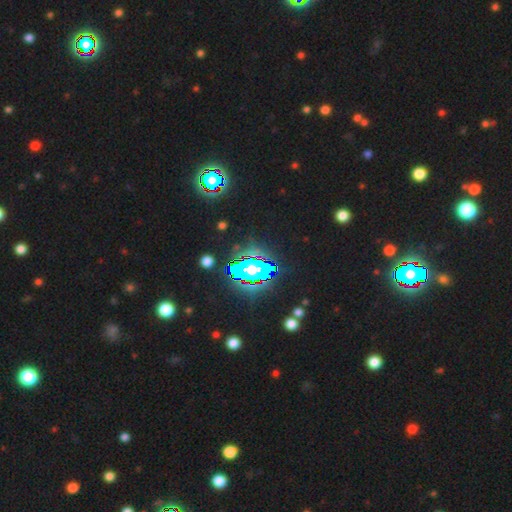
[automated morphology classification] The model was most divided on "smooth or featured": star or artifact: 83%, smooth: 10%, featured or disk: 7%.